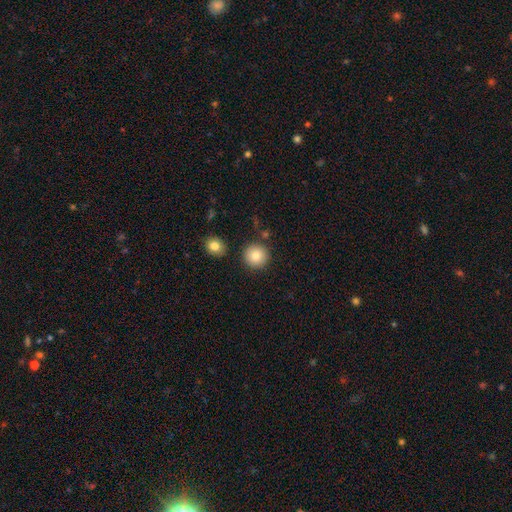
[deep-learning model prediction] A smooth galaxy with no disk features (85%) that is round (94%).

Vote fractions:
- Smooth or featured? smooth: 85% / star or artifact: 9% / featured or disk: 6%
- How rounded? round: 94% / in between: 5% / cigar-shaped: 1%
- Merging? none: 88% / minor disturbance: 6% / merger: 4% / major disturbance: 2%